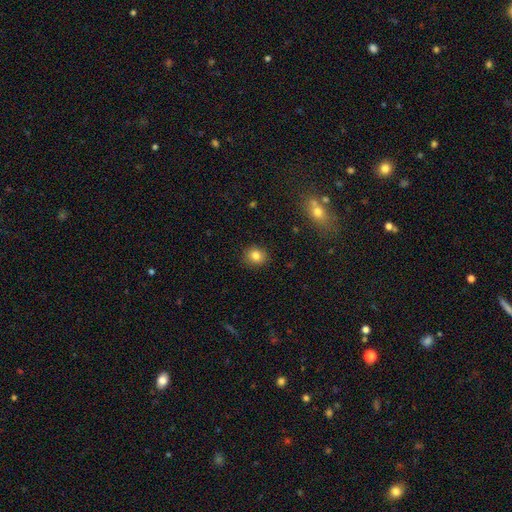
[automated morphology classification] The model was most divided on "how rounded": round: 79%, in between: 20%, cigar-shaped: 1%. More confident: merging — none (90%); smooth or featured — smooth (83%).